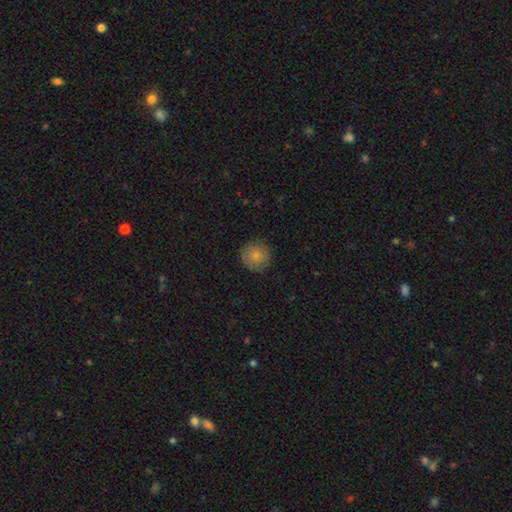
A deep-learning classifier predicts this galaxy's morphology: smooth_or_featured: smooth (p=0.80) [alt: featured or disk p=0.12]
how_rounded: round (p=0.94) [alt: in between p=0.05]
merging: none (p=0.87) [alt: minor disturbance p=0.10]